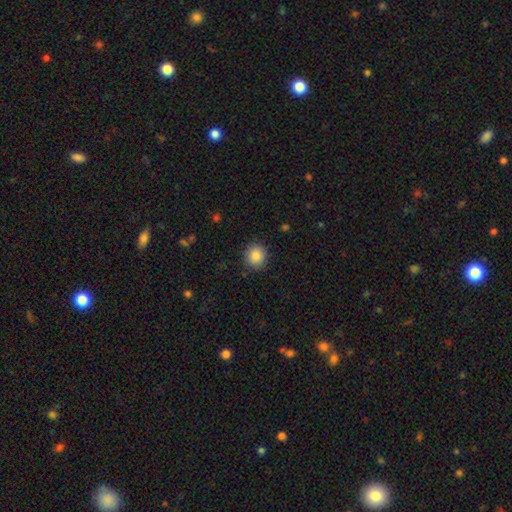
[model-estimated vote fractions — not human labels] The model was most divided on "how rounded": round: 86%, in between: 13%, cigar-shaped: 1%. More confident: merging — none (88%); smooth or featured — smooth (87%).